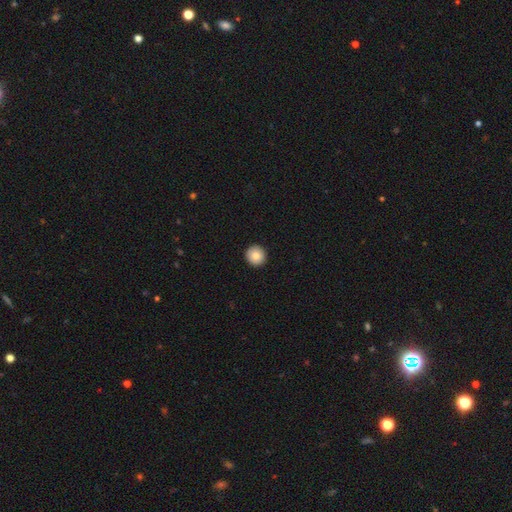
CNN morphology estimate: smooth 83%, featured or disk 9%, star or artifact 8%. Down the decision tree: how rounded — round (94%); merging — none (93%).